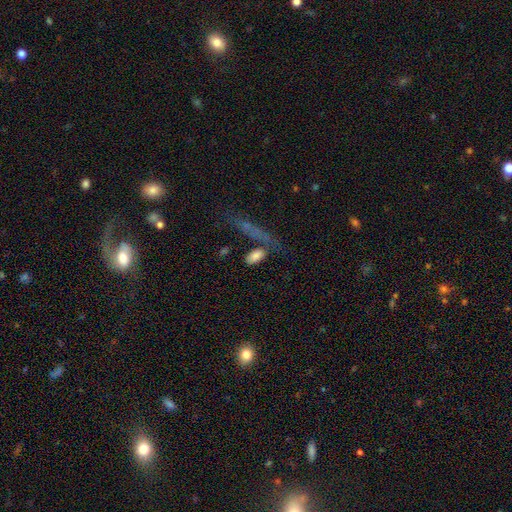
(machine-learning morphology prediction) A smooth galaxy with no disk features (82%) that is in between round and cigar-shaped (89%).

Vote fractions:
- Smooth or featured? smooth: 82% / featured or disk: 10% / star or artifact: 8%
- How rounded? in between: 89% / cigar-shaped: 7% / round: 4%
- Merging? none: 56% / minor disturbance: 18% / merger: 16% / major disturbance: 11%